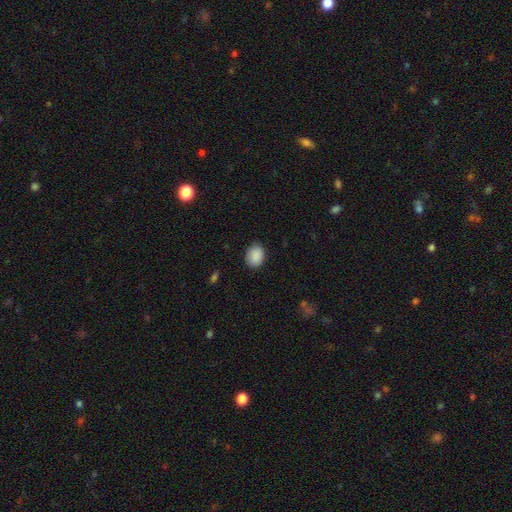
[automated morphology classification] Smooth or featured: smooth — 90% (star or artifact — 7%)
How rounded: in between — 61% (round — 38%)
Merging: none — 83% (minor disturbance — 13%)